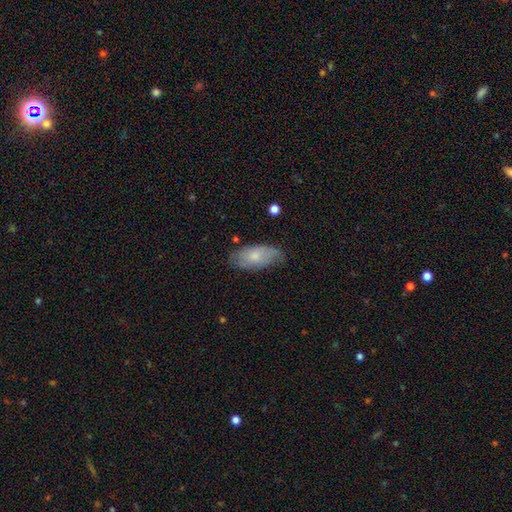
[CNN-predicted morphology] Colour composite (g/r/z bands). It shows a smooth galaxy with no disk features (70%) that is in between round and cigar-shaped (90%). Merging: none (66%).